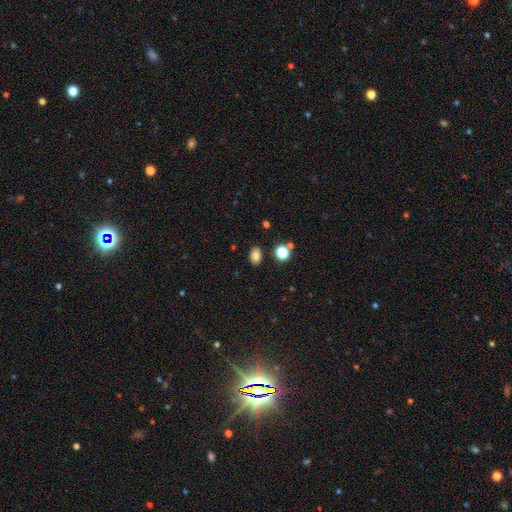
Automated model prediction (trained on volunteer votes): Morphology: type=smooth (80%); roundness=in between (81%); merging=none (86%).